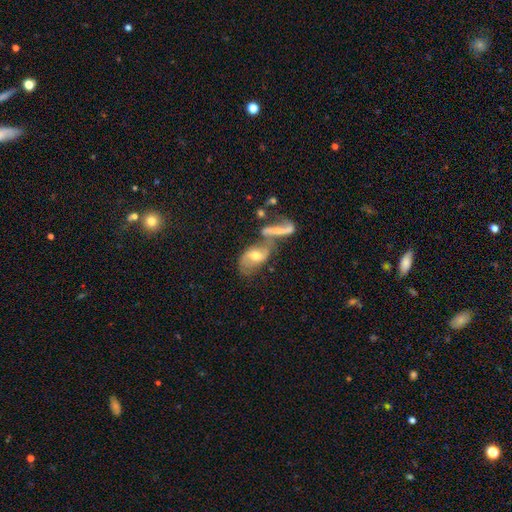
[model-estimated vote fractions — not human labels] featured or disk 59%, smooth 32%, star or artifact 9%. Down the decision tree: edge-on disk — no (90%); bar — no (48%); spiral arms — yes (67%); bulge size — moderate (63%); merging — merger (55%).